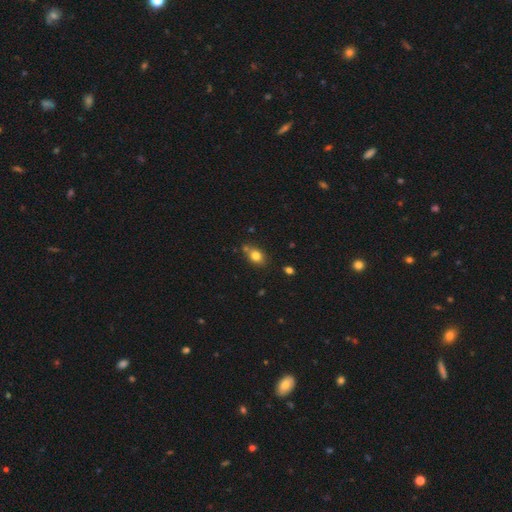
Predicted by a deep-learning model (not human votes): smooth 79%, star or artifact 11%, featured or disk 10%. Down the decision tree: how rounded — in between (62%); merging — none (66%).